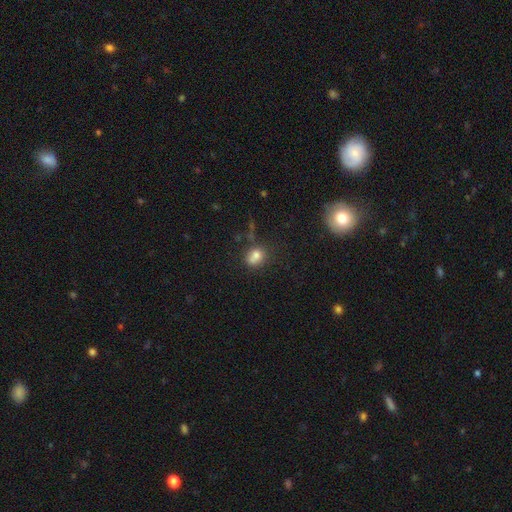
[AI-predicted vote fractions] Smooth or featured?
  - smooth: 75% *
  - star or artifact: 13%
  - featured or disk: 12%
How rounded?
  - round: 59% *
  - in between: 40%
  - cigar-shaped: 1%
Merging?
  - none: 49% *
  - merger: 23%
  - minor disturbance: 19%
  - major disturbance: 8%